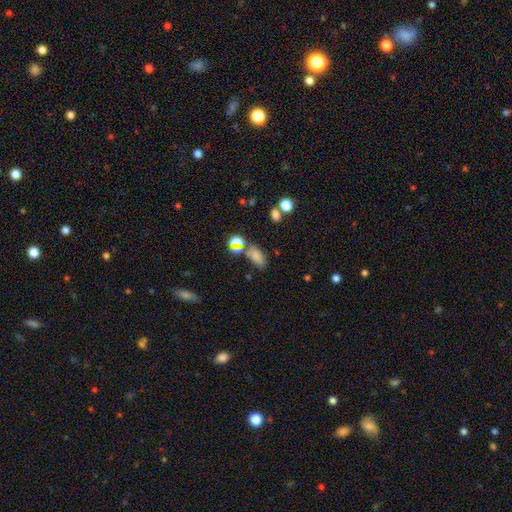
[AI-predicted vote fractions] Smooth or featured? smooth (74%)
How rounded? in between (83%)
Merging? none (59%)